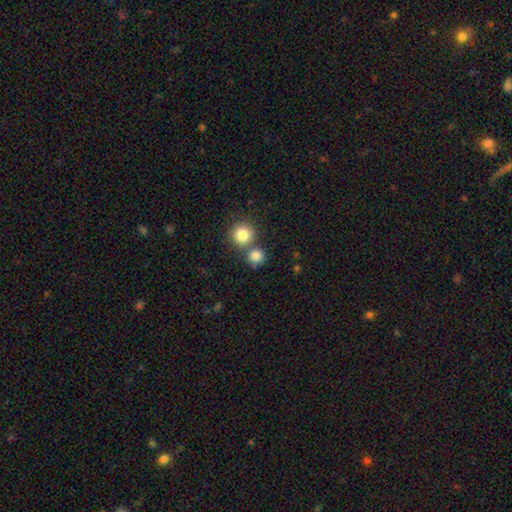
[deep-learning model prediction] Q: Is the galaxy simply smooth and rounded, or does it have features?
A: smooth — 84%.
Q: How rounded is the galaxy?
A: round — 88%.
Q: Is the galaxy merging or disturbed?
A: none — 57%.